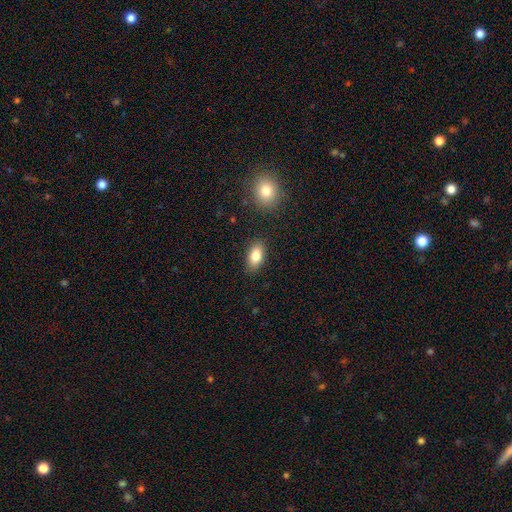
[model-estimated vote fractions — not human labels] Smooth or featured?
  - smooth: 83% *
  - featured or disk: 9%
  - star or artifact: 8%
How rounded?
  - in between: 90% *
  - round: 6%
  - cigar-shaped: 4%
Merging?
  - none: 86% *
  - minor disturbance: 10%
  - major disturbance: 3%
  - merger: 2%